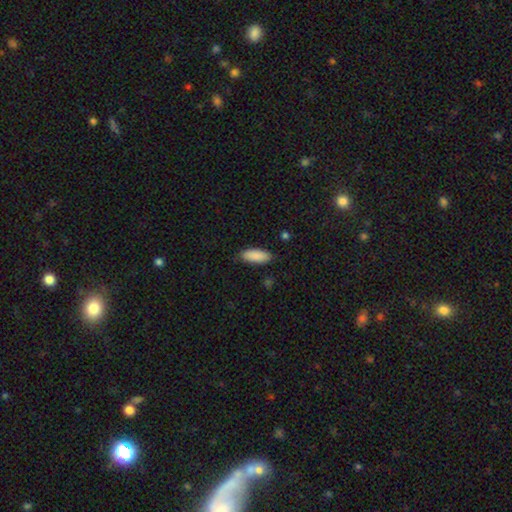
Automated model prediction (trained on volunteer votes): smooth-or-featured: smooth: 90% | star or artifact: 6% | featured or disk: 4%
  how-rounded: in between: 77% | cigar-shaped: 22% | round: 2%
  merging: none: 85% | minor disturbance: 12% | major disturbance: 2% | merger: 1%